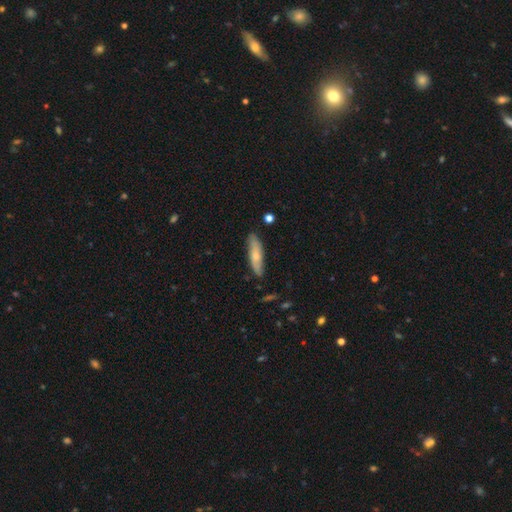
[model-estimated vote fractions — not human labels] The model was most divided on "smooth or featured": smooth: 63%, featured or disk: 32%, star or artifact: 6%. More confident: merging — none (83%); how rounded — cigar-shaped (69%).